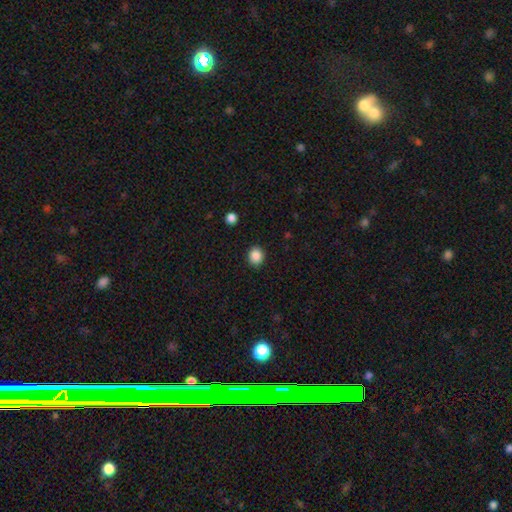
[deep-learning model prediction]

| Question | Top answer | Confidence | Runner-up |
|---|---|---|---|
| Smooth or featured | smooth | 88% | star or artifact (9%) |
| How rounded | round | 72% | in between (27%) |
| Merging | none | 90% | minor disturbance (7%) |